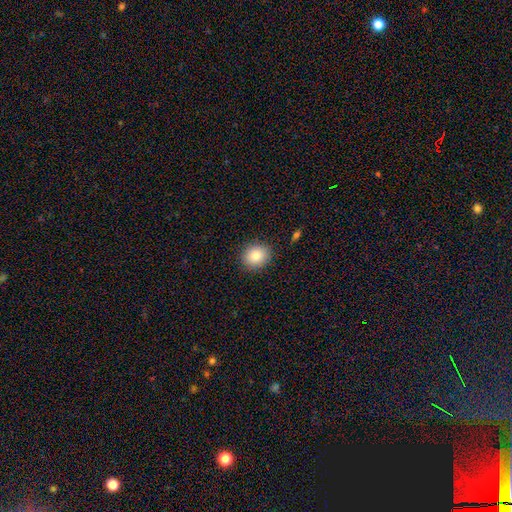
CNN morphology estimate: Smooth or featured? Predicted: smooth (p=0.85). How rounded? Predicted: round (p=0.69). Merging? Predicted: none (p=0.89).